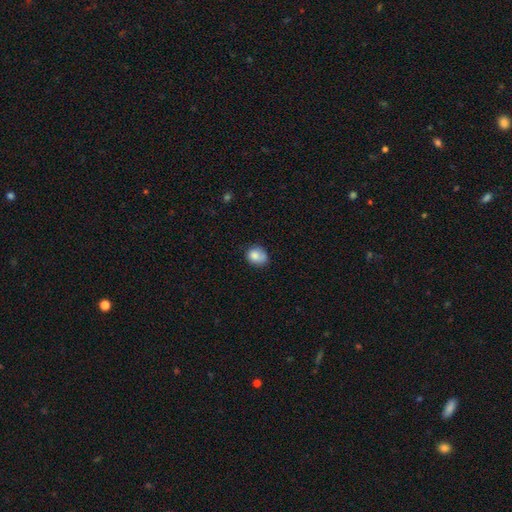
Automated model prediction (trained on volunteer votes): Q: Smooth or featured?
A: smooth (83%); runner-up: featured or disk (9%)
Q: How rounded?
A: round (57%); runner-up: in between (42%)
Q: Merging?
A: none (59%); runner-up: minor disturbance (29%)